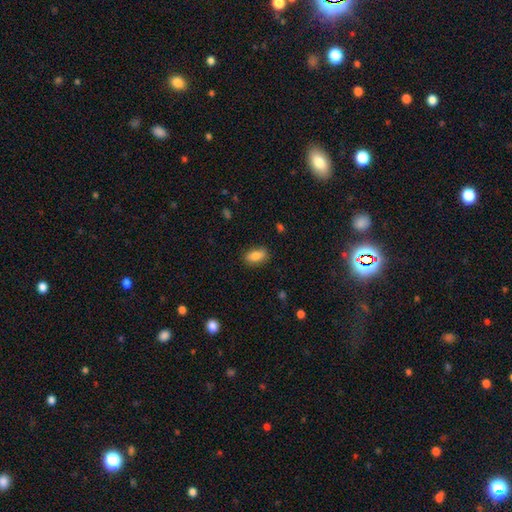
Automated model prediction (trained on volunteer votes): smooth-or-featured: smooth: 83% | featured or disk: 9% | star or artifact: 8%
  how-rounded: in between: 87% | cigar-shaped: 7% | round: 5%
  merging: none: 82% | minor disturbance: 14% | major disturbance: 3% | merger: 1%